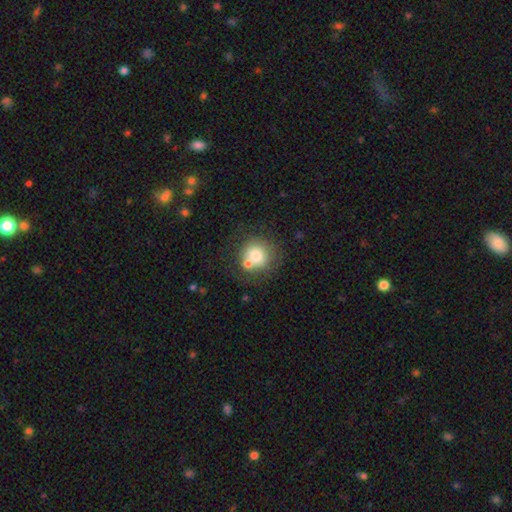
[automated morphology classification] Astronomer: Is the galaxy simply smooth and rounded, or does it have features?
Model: smooth — 74%.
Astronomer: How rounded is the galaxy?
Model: round — 89%.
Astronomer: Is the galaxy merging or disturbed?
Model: none — 58%.